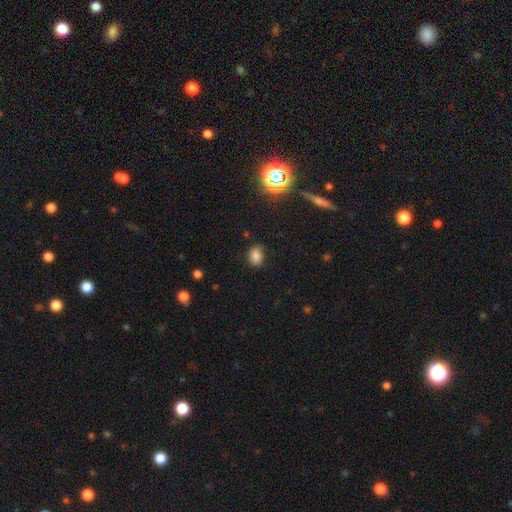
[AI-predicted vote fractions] Morphology: type=smooth (81%); roundness=in between (54%); merging=none (76%).